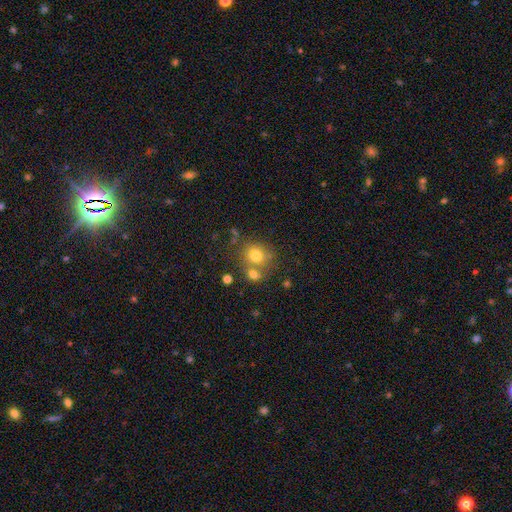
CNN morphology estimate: The model was most divided on "merging": none: 56%, merger: 28%, minor disturbance: 11%, major disturbance: 5%. More confident: how rounded — round (78%); smooth or featured — smooth (75%).